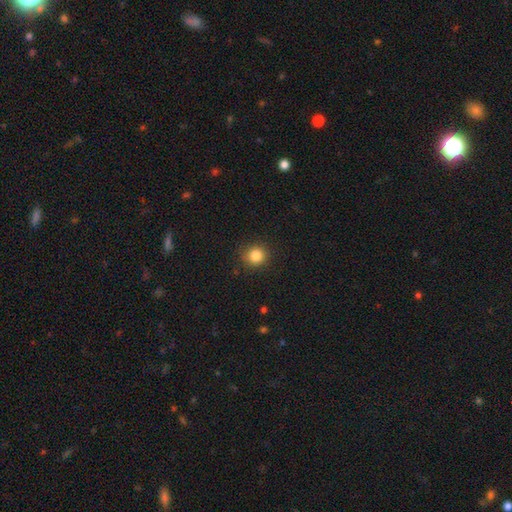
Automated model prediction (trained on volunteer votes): Overall: smooth (84%). How rounded: round (90%). Merging: none (88%).